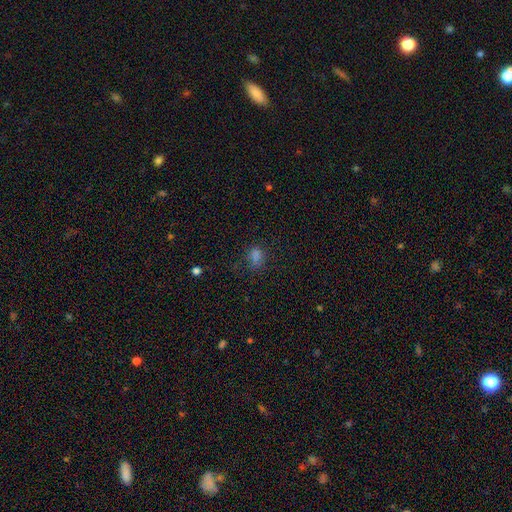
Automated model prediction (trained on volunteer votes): smooth-or-featured: smooth: 70% | star or artifact: 22% | featured or disk: 7%
  how-rounded: in between: 69% | round: 28% | cigar-shaped: 3%
  merging: none: 65% | minor disturbance: 20% | major disturbance: 11% | merger: 4%